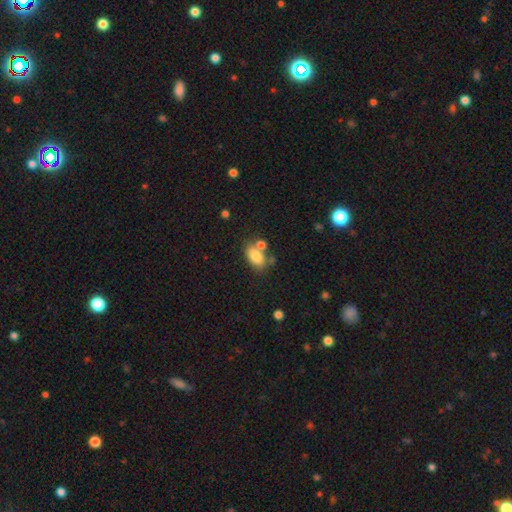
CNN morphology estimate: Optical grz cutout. It shows a smooth galaxy with no disk features (81%) that is in between round and cigar-shaped (88%). Merging: none (56%).